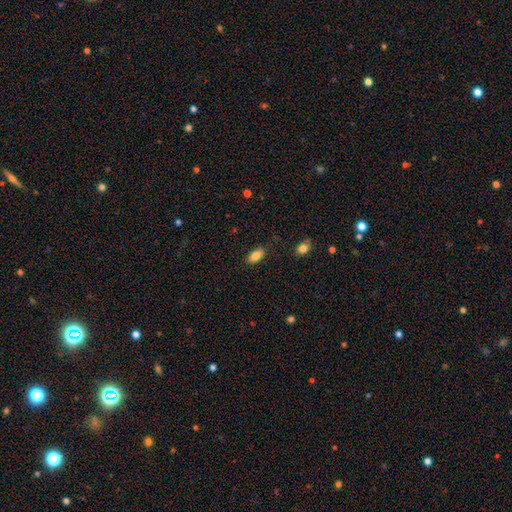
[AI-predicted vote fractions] A smooth galaxy with no disk features (83%) that is in between round and cigar-shaped (89%).

Vote fractions:
- Smooth or featured? smooth: 83% / featured or disk: 9% / star or artifact: 8%
- How rounded? in between: 89% / cigar-shaped: 8% / round: 3%
- Merging? none: 84% / minor disturbance: 12% / major disturbance: 3% / merger: 2%